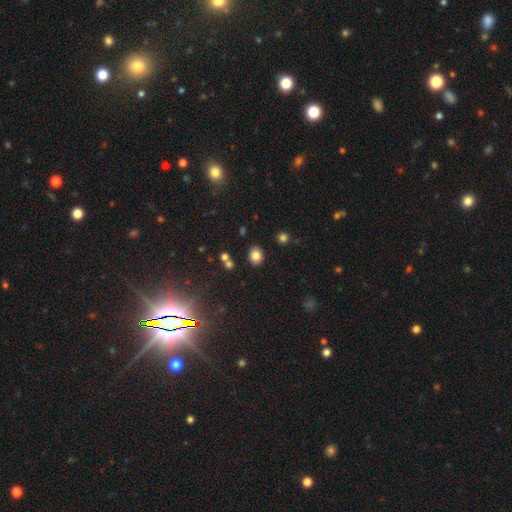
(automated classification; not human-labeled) Q: Smooth or featured?
A: smooth (81%); runner-up: star or artifact (12%)
Q: How rounded?
A: round (60%); runner-up: in between (39%)
Q: Merging?
A: none (85%); runner-up: minor disturbance (8%)